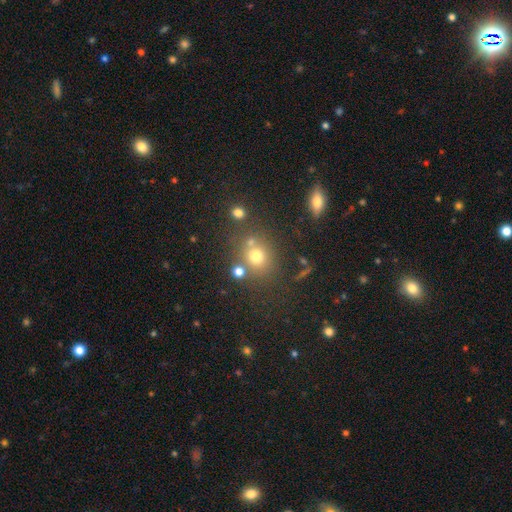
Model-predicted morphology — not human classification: Overall: smooth (70%). How rounded: round (80%). Merging: none (66%).